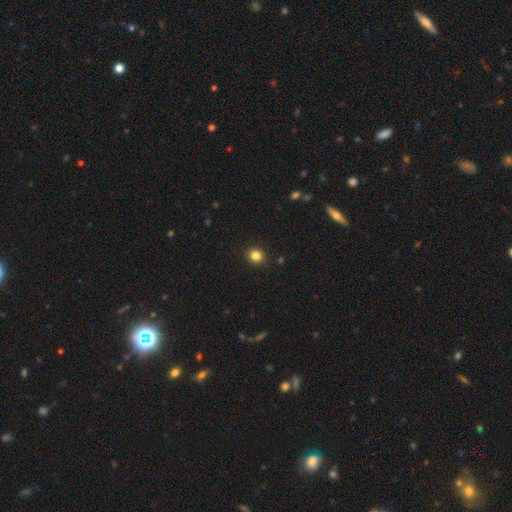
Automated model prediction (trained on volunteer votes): The model was most divided on "how rounded": round: 85%, in between: 14%, cigar-shaped: 1%. More confident: merging — none (92%); smooth or featured — smooth (83%).